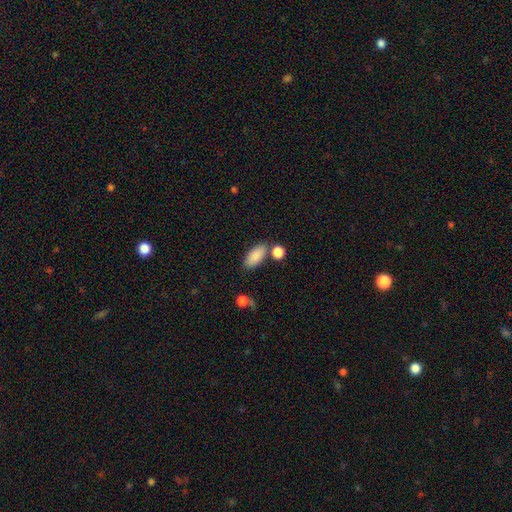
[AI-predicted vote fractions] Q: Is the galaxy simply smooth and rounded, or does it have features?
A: smooth — 87%.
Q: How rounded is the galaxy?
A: in between — 88%.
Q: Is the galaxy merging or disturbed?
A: none — 70%.